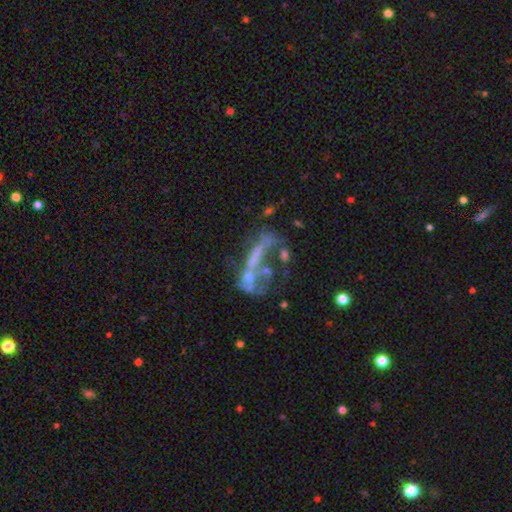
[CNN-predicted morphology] The model was most divided on "merging": major disturbance: 33%, merger: 32%, none: 24%, minor disturbance: 11%. More confident: edge-on disk — no (83%); smooth or featured — featured or disk (52%).